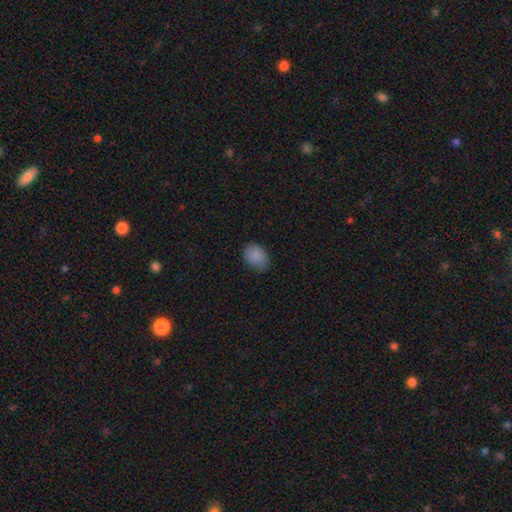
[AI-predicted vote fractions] A smooth galaxy with no disk features (87%) that is in between round and cigar-shaped (62%). Merging: none (69%).